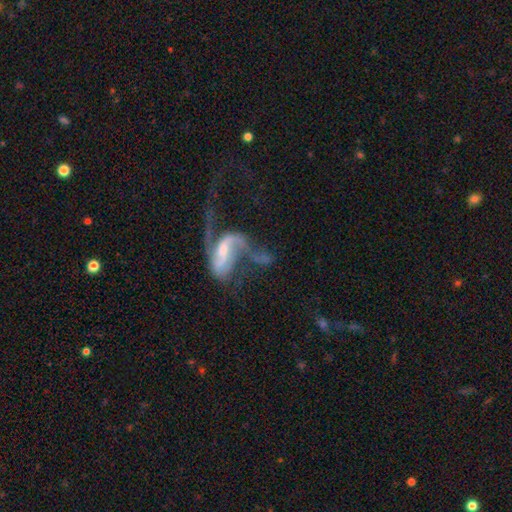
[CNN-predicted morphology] This is likely a featured or disk galaxy (80%). It is clearly not viewed edge-on (94%). Bar: marginally weak (38%). Spiral arm pattern: clearly yes (84%). Spiral arm count: likely 2 (66%). Spiral winding: likely loose (68%). Central bulge: possibly small (46%). Merging: possibly major disturbance (46%).